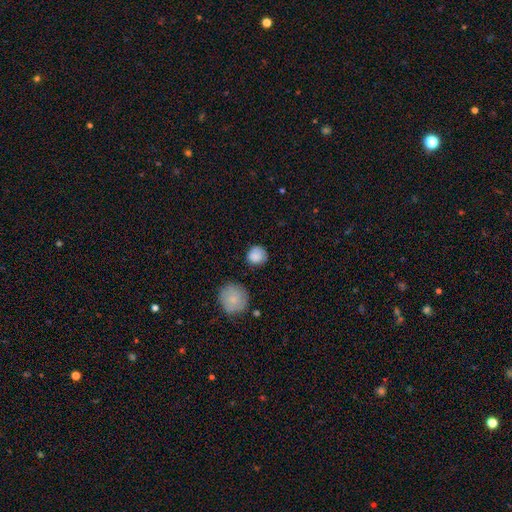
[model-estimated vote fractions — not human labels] smooth 85%, star or artifact 8%, featured or disk 6%. Down the decision tree: how rounded — round (91%); merging — none (77%).